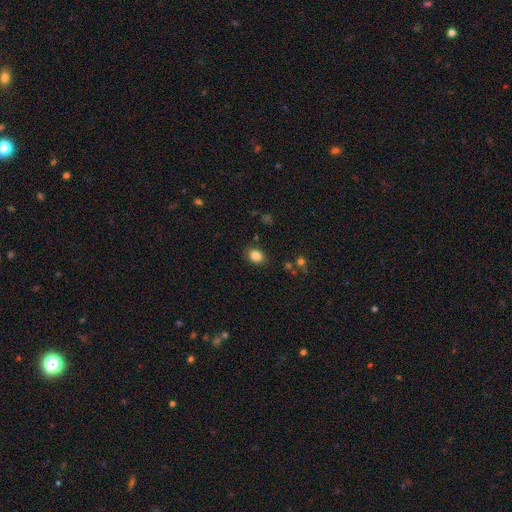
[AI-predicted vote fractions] The model was most divided on "how rounded": in between: 54%, round: 46%, cigar-shaped: 1%. More confident: merging — none (84%); smooth or featured — smooth (84%).